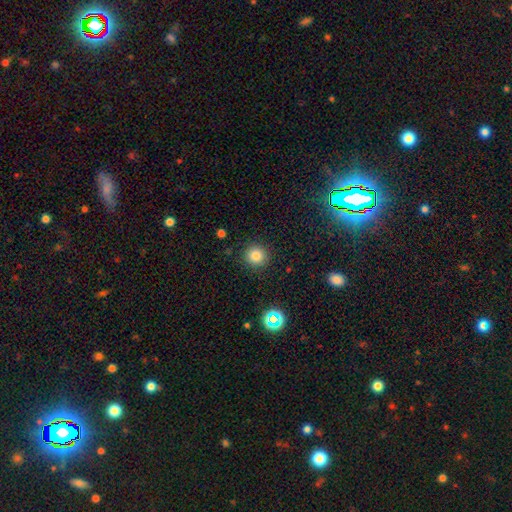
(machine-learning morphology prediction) A smooth galaxy with no disk features (81%) that is round (94%).

Vote fractions:
- Smooth or featured? smooth: 81% / star or artifact: 13% / featured or disk: 6%
- How rounded? round: 94% / in between: 5% / cigar-shaped: 1%
- Merging? none: 90% / minor disturbance: 6% / major disturbance: 2% / merger: 1%